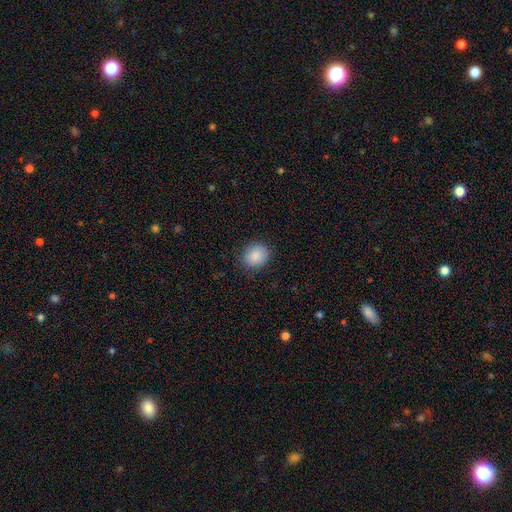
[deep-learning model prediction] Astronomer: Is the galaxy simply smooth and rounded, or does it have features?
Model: smooth — 88%.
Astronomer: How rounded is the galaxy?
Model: round — 69%.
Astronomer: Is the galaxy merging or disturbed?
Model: none — 86%.